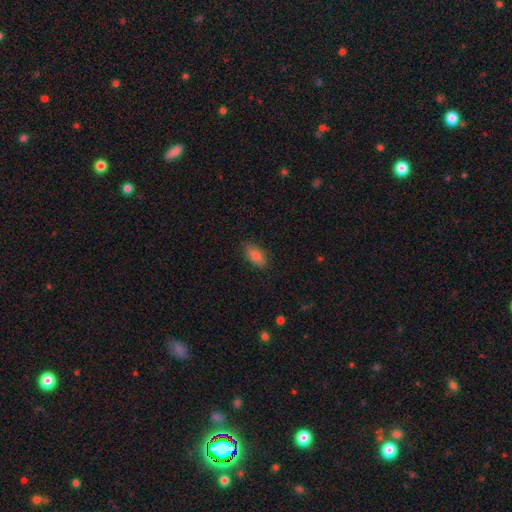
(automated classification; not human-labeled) smooth_or_featured: smooth (p=0.85) [alt: star or artifact p=0.08]
how_rounded: in between (p=0.88) [alt: cigar-shaped p=0.08]
merging: none (p=0.85) [alt: minor disturbance p=0.11]